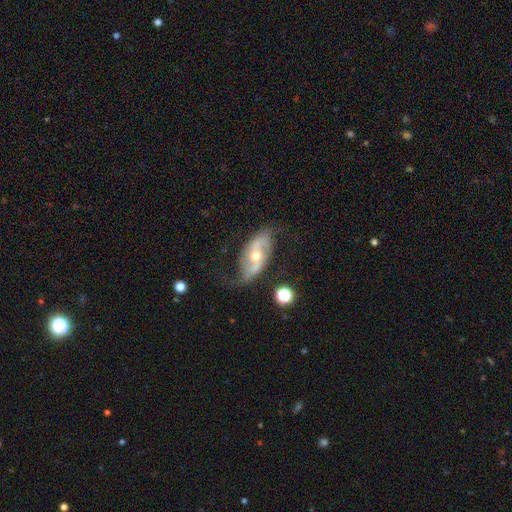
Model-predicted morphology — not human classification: smooth_or_featured: featured or disk (p=0.81) [alt: smooth p=0.13]
disk_edge_on: no (p=0.93) [alt: yes p=0.07]
bar: no (p=0.43) [alt: weak p=0.33]
has_spiral_arms: yes (p=0.90) [alt: no p=0.10]
spiral_winding: loose (p=0.65) [alt: medium p=0.26]
spiral_arm_count: 2 (p=0.89) [alt: can't tell p=0.05]
bulge_size: moderate (p=0.60) [alt: small p=0.35]
merging: none (p=0.62) [alt: minor disturbance p=0.23]